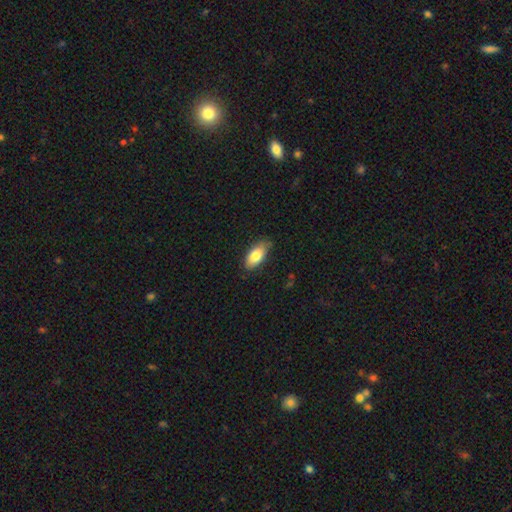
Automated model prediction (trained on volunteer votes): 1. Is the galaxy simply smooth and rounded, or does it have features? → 81% smooth, 13% featured or disk, 7% star or artifact.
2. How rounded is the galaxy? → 90% in between, 7% cigar-shaped, 3% round.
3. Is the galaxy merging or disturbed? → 74% none, 22% minor disturbance, 3% major disturbance, 1% merger.